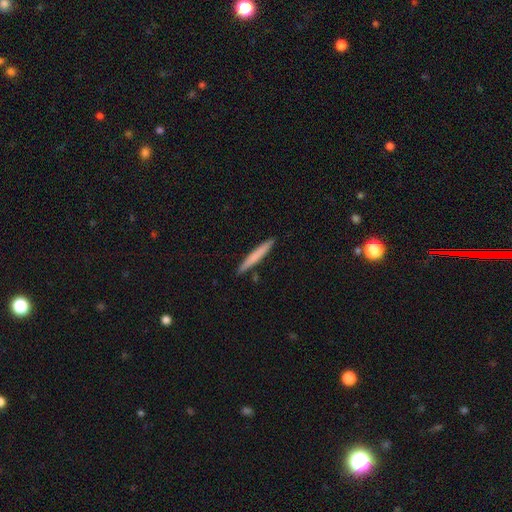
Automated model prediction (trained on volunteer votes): Overall: smooth (70%). How rounded: cigar-shaped (96%). Merging: none (90%).